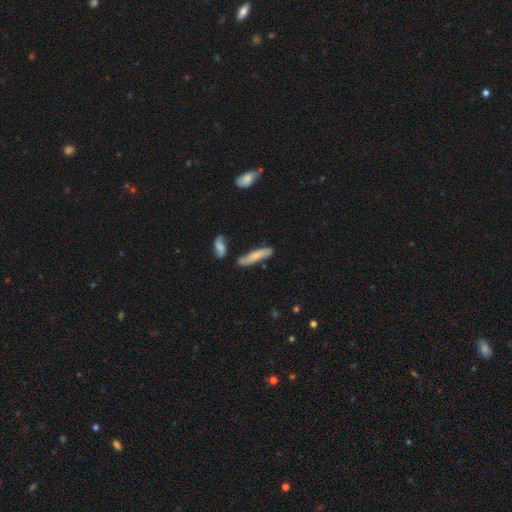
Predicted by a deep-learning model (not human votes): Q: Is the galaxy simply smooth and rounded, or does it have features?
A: smooth — 67%.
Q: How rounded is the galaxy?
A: cigar-shaped — 80%.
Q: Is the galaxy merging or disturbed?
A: none — 68%.